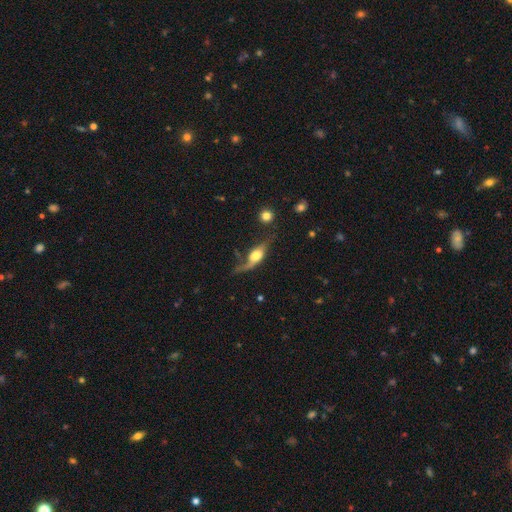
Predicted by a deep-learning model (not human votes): The model was most divided on "merging": none: 35%, major disturbance: 31%, minor disturbance: 25%, merger: 9%. More confident: edge-on disk — yes (55%); smooth or featured — featured or disk (54%).